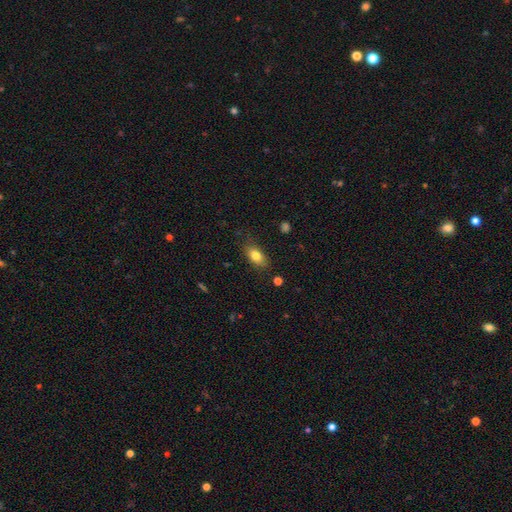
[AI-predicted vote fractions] Smooth or featured: smooth — 80% (featured or disk — 12%)
How rounded: in between — 85% (round — 8%)
Merging: none — 80% (minor disturbance — 15%)